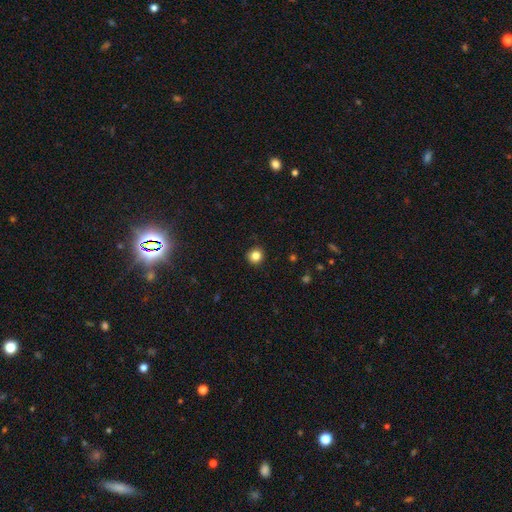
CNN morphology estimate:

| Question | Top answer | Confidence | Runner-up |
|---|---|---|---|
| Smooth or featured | smooth | 84% | star or artifact (11%) |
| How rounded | round | 93% | in between (6%) |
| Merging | none | 90% | minor disturbance (7%) |